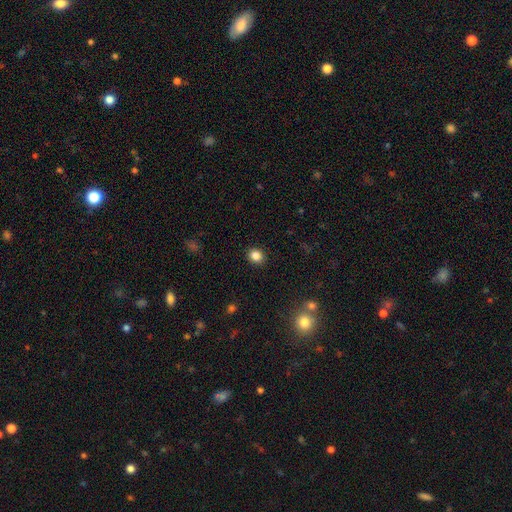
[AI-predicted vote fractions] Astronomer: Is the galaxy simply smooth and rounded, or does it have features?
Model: smooth — 84%.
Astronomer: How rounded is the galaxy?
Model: round — 73%.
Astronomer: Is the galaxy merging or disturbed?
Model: none — 91%.